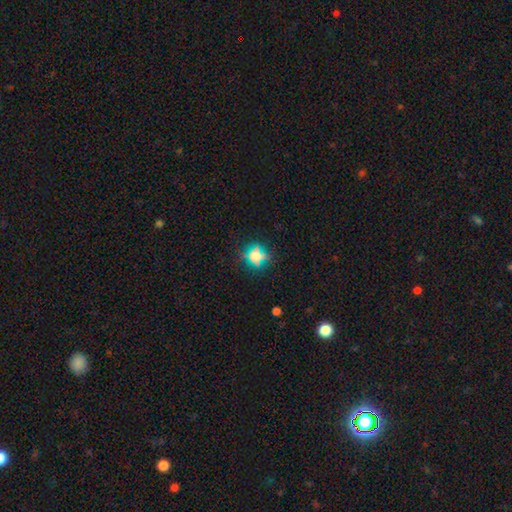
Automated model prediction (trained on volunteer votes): A smooth galaxy with no disk features (51%) that is round (79%). Merging: none (79%).